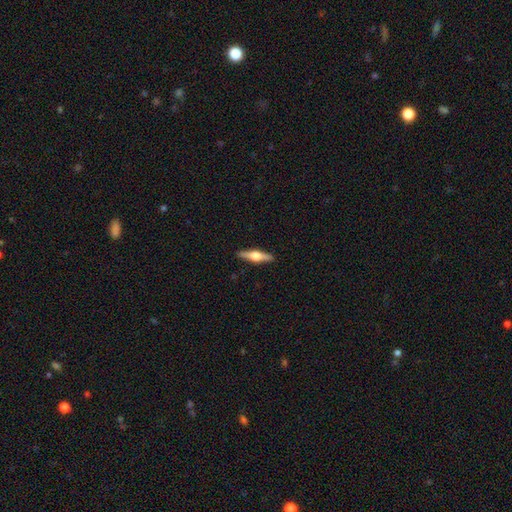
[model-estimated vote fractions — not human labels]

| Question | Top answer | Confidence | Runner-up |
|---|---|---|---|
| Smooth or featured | featured or disk | 65% | smooth (29%) |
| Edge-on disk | yes | 97% | no (3%) |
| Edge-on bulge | rounded | 94% | boxy (4%) |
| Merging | none | 91% | minor disturbance (6%) |